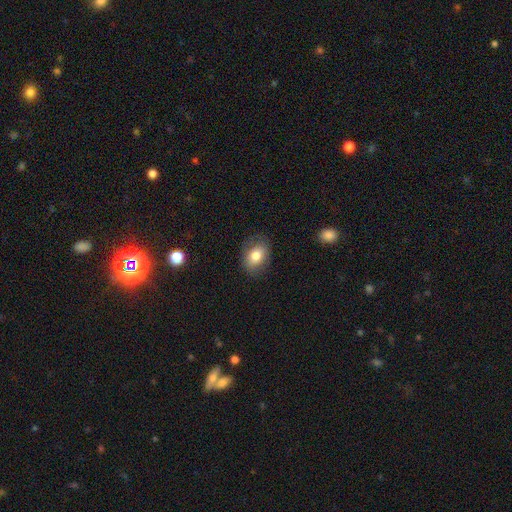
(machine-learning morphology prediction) Smooth or featured?
  - smooth: 79% *
  - featured or disk: 13%
  - star or artifact: 8%
How rounded?
  - in between: 74% *
  - round: 24%
  - cigar-shaped: 1%
Merging?
  - none: 81% *
  - minor disturbance: 14%
  - major disturbance: 4%
  - merger: 1%